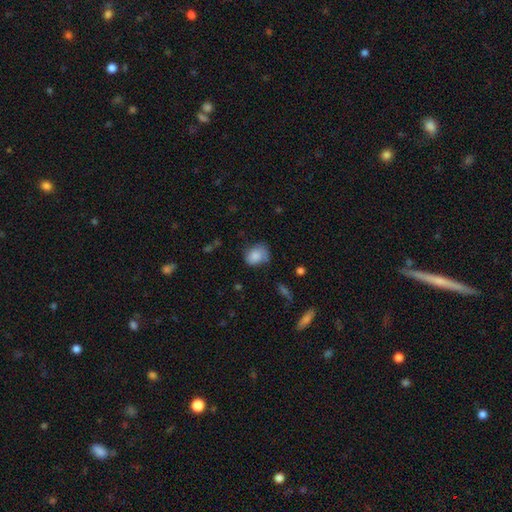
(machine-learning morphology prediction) Smooth or featured? smooth (80%)
How rounded? in between (59%)
Merging? none (52%)